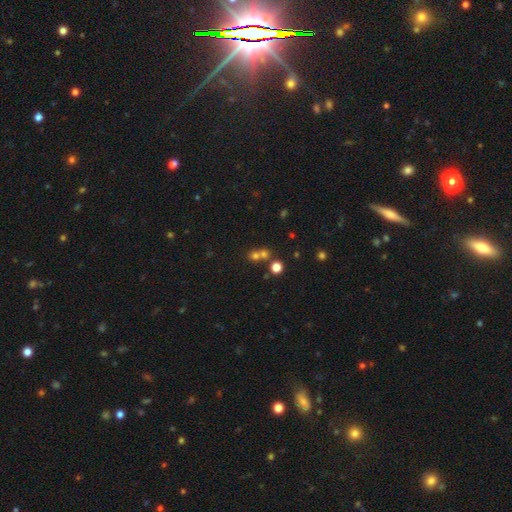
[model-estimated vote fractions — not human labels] Smooth or featured: smooth — 63% (star or artifact — 24%)
How rounded: round — 84% (in between — 15%)
Merging: none — 47% (merger — 44%)